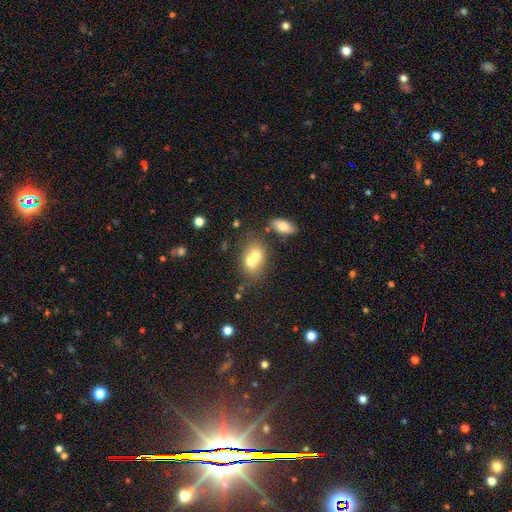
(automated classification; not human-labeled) This appears to be a smooth galaxy with no disk features (66%) that is in between round and cigar-shaped (55%). Merging: merger (64%).